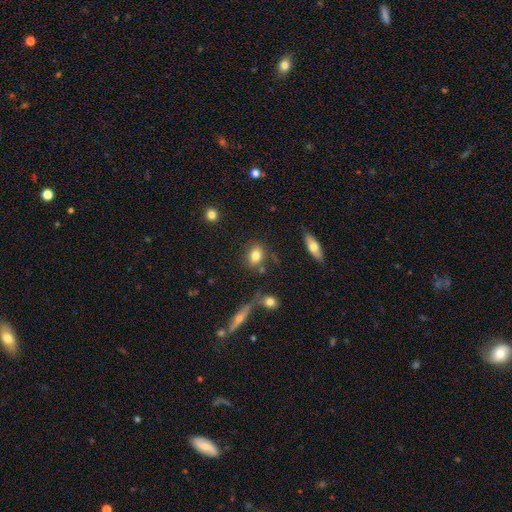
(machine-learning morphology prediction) smooth-or-featured: smooth: 81% | featured or disk: 11% | star or artifact: 9%
  how-rounded: in between: 59% | round: 38% | cigar-shaped: 3%
  merging: none: 77% | minor disturbance: 12% | merger: 7% | major disturbance: 4%